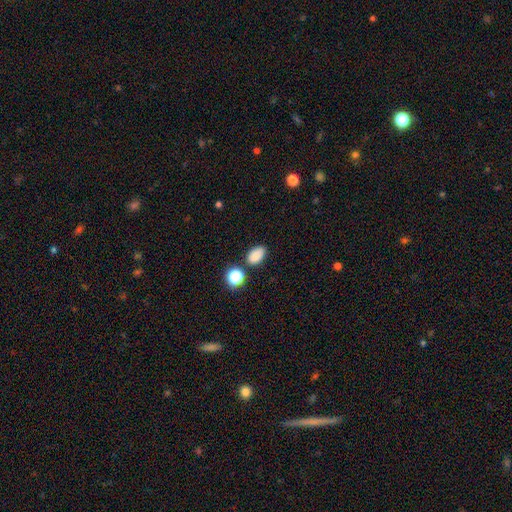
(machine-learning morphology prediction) A smooth galaxy with no disk features (84%) that is in between round and cigar-shaped (86%).

Vote fractions:
- Smooth or featured? smooth: 84% / star or artifact: 11% / featured or disk: 5%
- How rounded? in between: 86% / round: 13% / cigar-shaped: 2%
- Merging? none: 77% / minor disturbance: 13% / merger: 7% / major disturbance: 3%